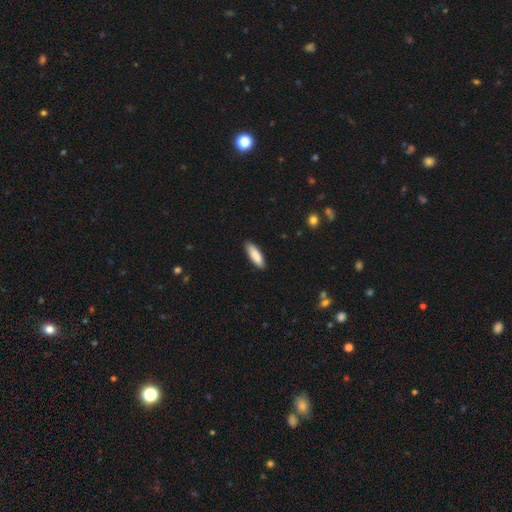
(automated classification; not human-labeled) smooth 87%, featured or disk 8%, star or artifact 5%. Down the decision tree: how rounded — in between (60%); merging — none (87%).